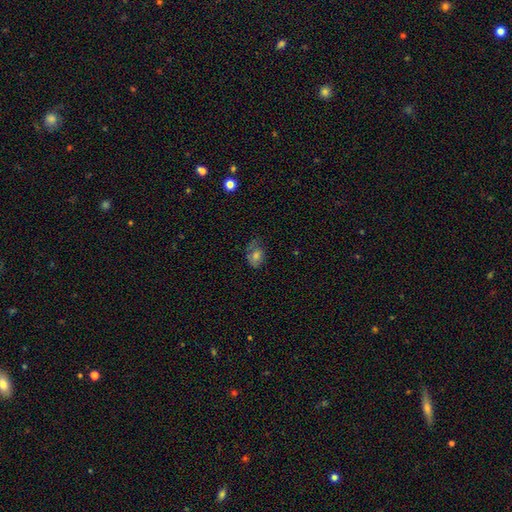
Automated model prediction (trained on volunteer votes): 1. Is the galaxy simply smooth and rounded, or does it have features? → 62% smooth, 22% featured or disk, 16% star or artifact.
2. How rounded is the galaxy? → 67% in between, 32% round, 1% cigar-shaped.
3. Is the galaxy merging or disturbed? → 48% none, 29% minor disturbance, 20% major disturbance, 2% merger.